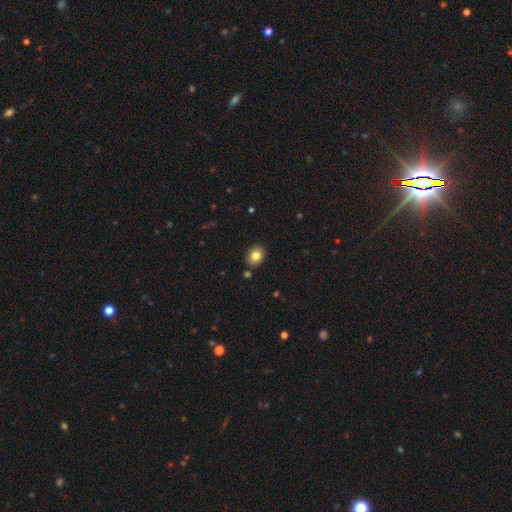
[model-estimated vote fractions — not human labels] This is clearly a smooth galaxy (82%). How rounded: possibly round (56%). Merging: clearly none (86%).